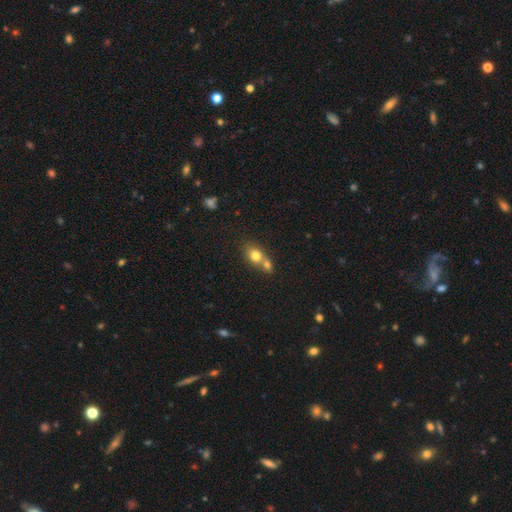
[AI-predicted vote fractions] A smooth galaxy with no disk features (76%) that is in between round and cigar-shaped (50%). Merging: merger (60%).